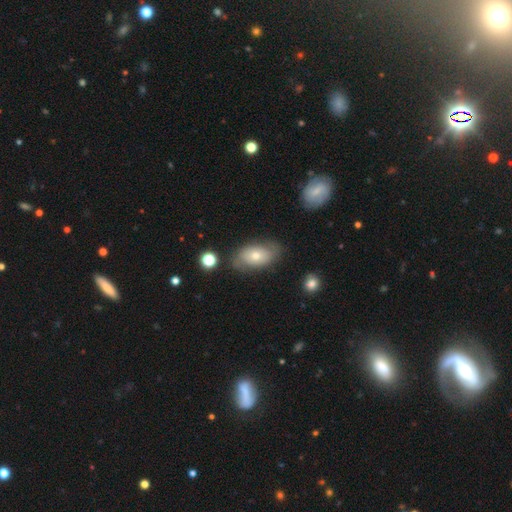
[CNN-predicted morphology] A smooth galaxy with no disk features (66%) that is in between round and cigar-shaped (91%).

Vote fractions:
- Smooth or featured? smooth: 66% / featured or disk: 26% / star or artifact: 8%
- How rounded? in between: 91% / round: 7% / cigar-shaped: 2%
- Merging? none: 71% / minor disturbance: 20% / major disturbance: 6% / merger: 3%